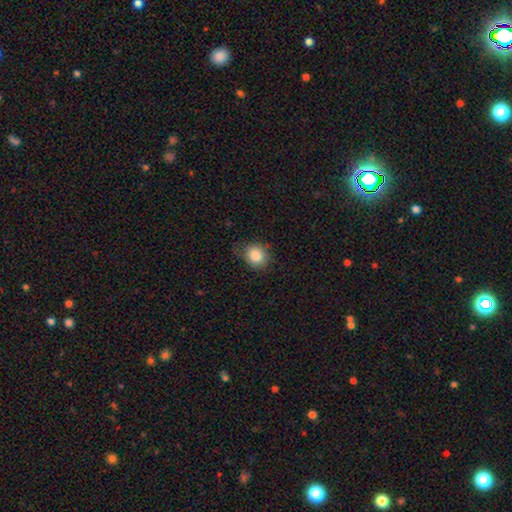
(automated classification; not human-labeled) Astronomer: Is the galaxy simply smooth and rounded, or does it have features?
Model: smooth — 84%.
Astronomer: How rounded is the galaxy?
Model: round — 68%.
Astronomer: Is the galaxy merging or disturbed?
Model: none — 73%.